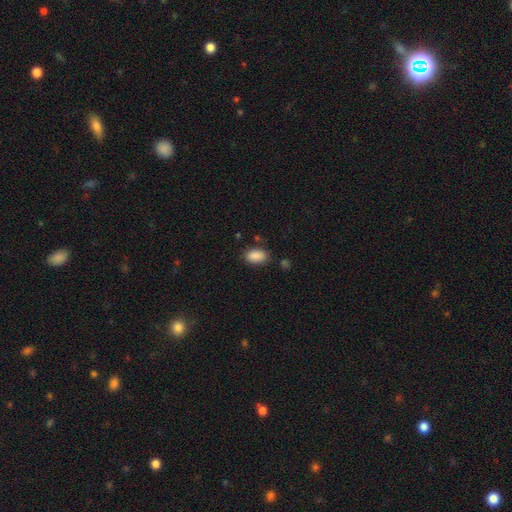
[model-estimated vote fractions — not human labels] Overall: smooth (89%). How rounded: in between (90%). Merging: none (81%).